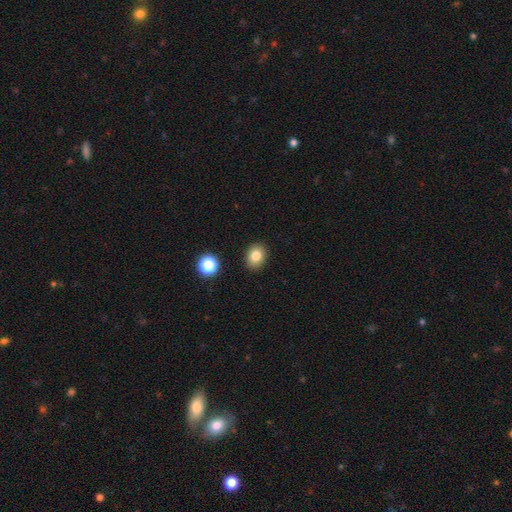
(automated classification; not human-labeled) A smooth galaxy with no disk features (81%) that is in between round and cigar-shaped (54%).

Vote fractions:
- Smooth or featured? smooth: 81% / star or artifact: 11% / featured or disk: 7%
- How rounded? in between: 54% / round: 46% / cigar-shaped: 1%
- Merging? none: 88% / minor disturbance: 8% / major disturbance: 2% / merger: 2%